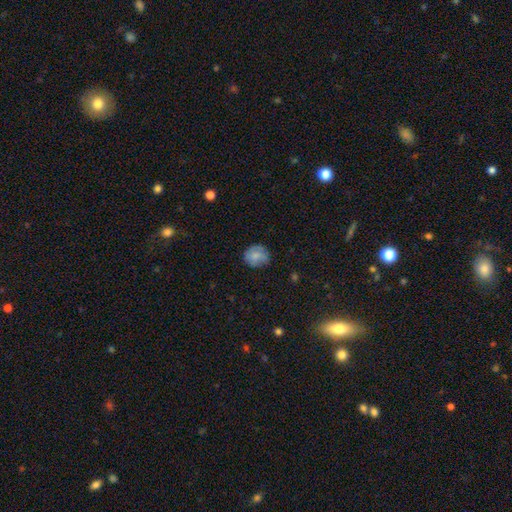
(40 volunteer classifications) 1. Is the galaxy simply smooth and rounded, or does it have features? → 65% smooth, 28% featured or disk, 8% star or artifact.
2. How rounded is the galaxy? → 81% round, 19% in between, 0% cigar-shaped.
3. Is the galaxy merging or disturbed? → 81% none, 11% minor disturbance, 8% major disturbance, 0% merger.